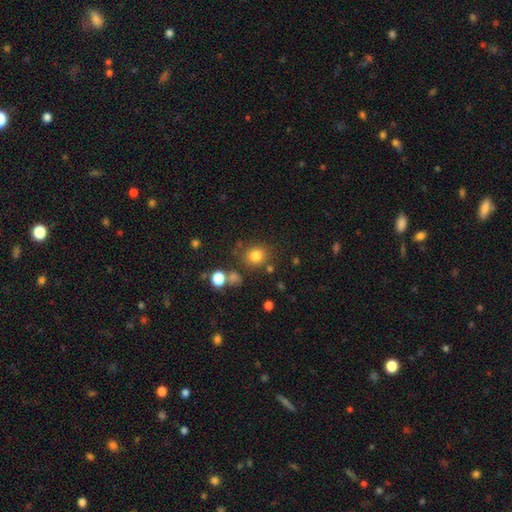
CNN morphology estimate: type=smooth (79%); roundness=round (81%); merging=none (78%).